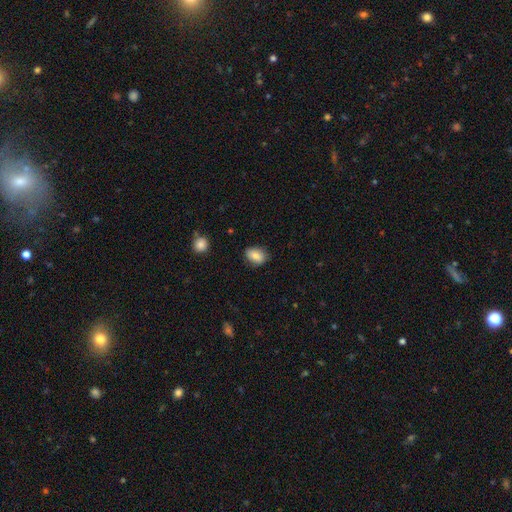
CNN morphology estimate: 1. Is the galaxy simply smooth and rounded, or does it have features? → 82% smooth, 10% featured or disk, 8% star or artifact.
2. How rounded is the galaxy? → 74% in between, 25% round, 1% cigar-shaped.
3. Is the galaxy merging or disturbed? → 81% none, 15% minor disturbance, 3% major disturbance, 1% merger.